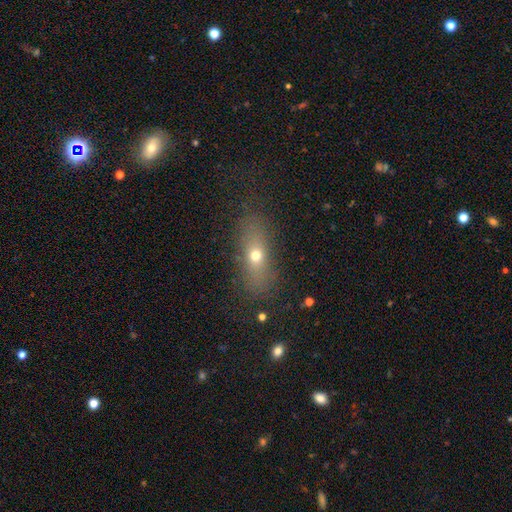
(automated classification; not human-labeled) This appears to be a smooth galaxy with no disk features (62%) that is in between round and cigar-shaped (57%). Merging: none (78%).